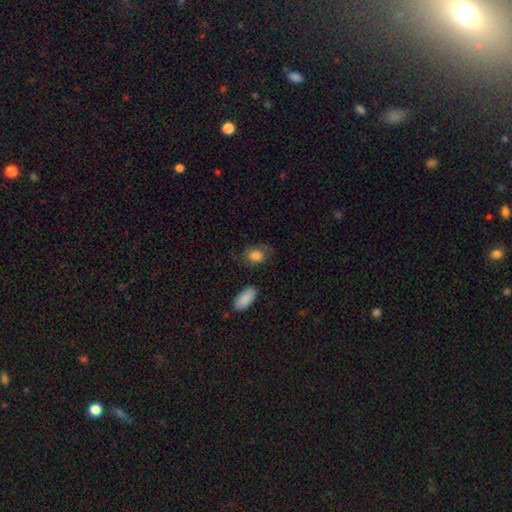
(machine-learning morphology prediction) A smooth galaxy with no disk features (81%) that is in between round and cigar-shaped (52%).

Vote fractions:
- Smooth or featured? smooth: 81% / featured or disk: 11% / star or artifact: 8%
- How rounded? in between: 52% / round: 46% / cigar-shaped: 2%
- Merging? none: 58% / minor disturbance: 26% / major disturbance: 12% / merger: 4%